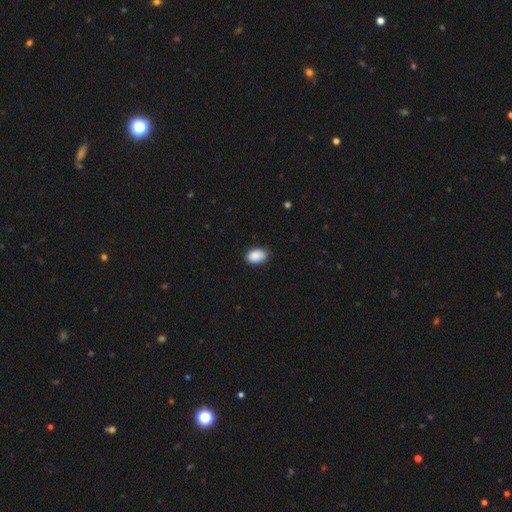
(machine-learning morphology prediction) type=smooth (90%); roundness=in between (87%); merging=none (84%).